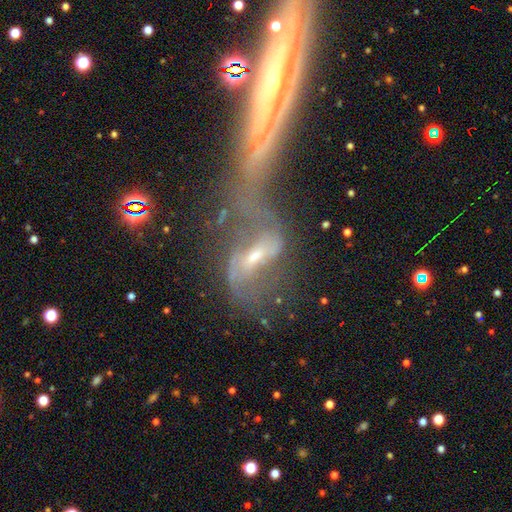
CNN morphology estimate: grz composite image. It shows a featured or disk galaxy (72%) with a weak bar (38%), spiral arms (72%) and a moderate central bulge (44%). Merging: merger (61%).